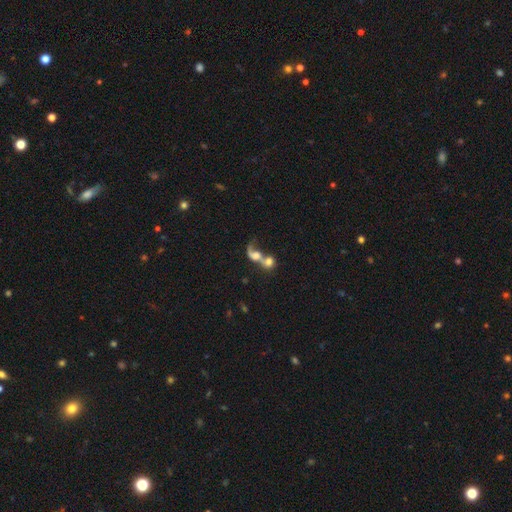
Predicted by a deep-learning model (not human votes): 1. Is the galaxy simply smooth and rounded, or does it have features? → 46% smooth, 44% featured or disk, 11% star or artifact.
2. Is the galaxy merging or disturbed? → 75% merger, 11% major disturbance, 10% none, 5% minor disturbance.